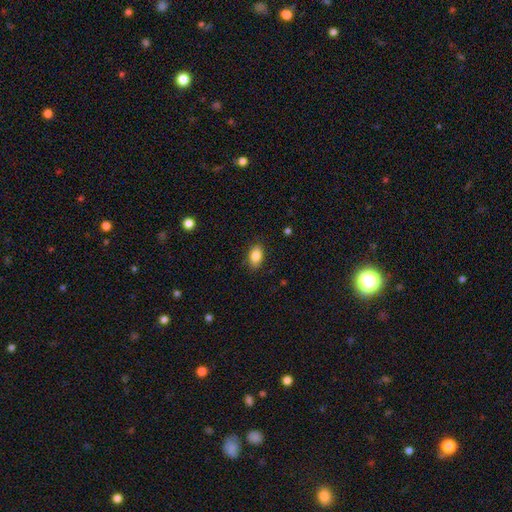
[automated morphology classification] Smooth or featured: smooth — 85% (star or artifact — 8%)
How rounded: in between — 89% (round — 9%)
Merging: none — 87% (minor disturbance — 10%)